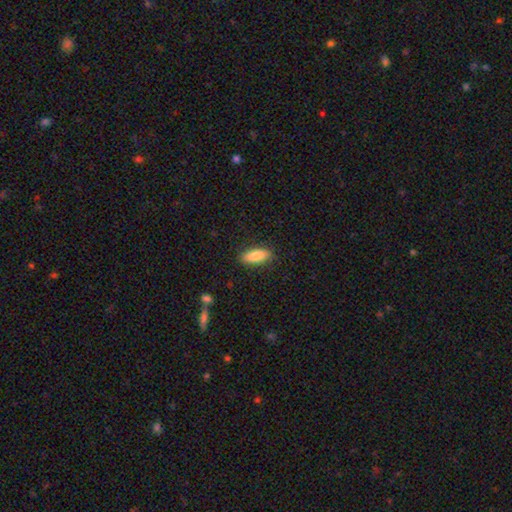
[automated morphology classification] type=smooth (86%); roundness=in between (75%); merging=none (87%).